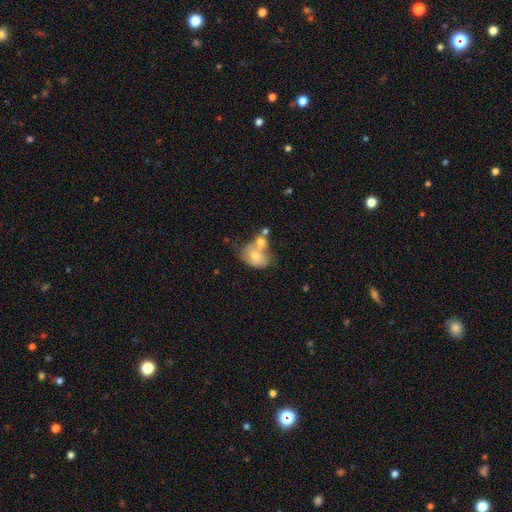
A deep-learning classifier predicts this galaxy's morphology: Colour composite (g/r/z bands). It shows a smooth galaxy with no disk features (58%) that is in between round and cigar-shaped (62%). Merging: merger (52%).